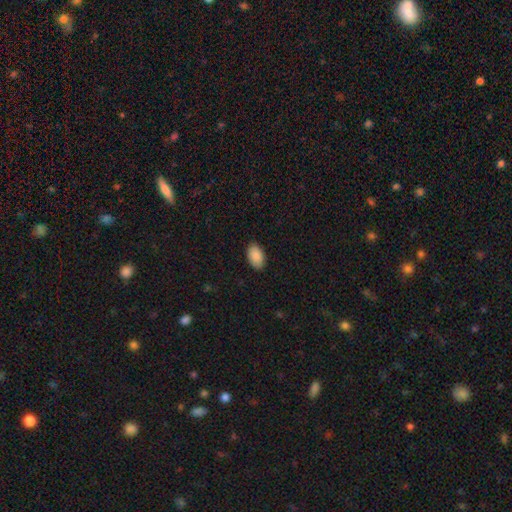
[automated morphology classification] This appears to be a smooth galaxy with no disk features (90%) that is in between round and cigar-shaped (93%). Merging: none (88%).